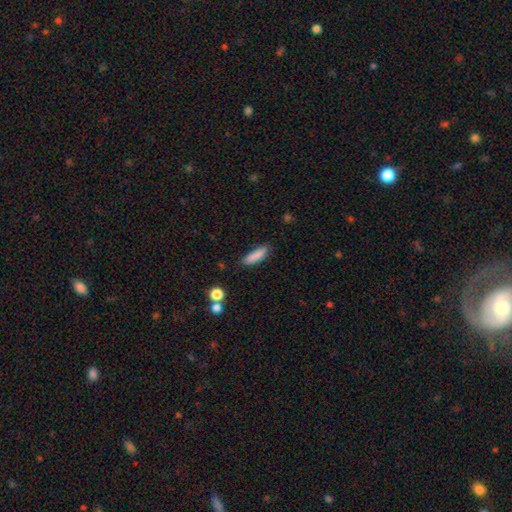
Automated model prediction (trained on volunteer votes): Smooth or featured? Predicted: smooth (p=0.86). How rounded? Predicted: cigar-shaped (p=0.54). Merging? Predicted: none (p=0.80).